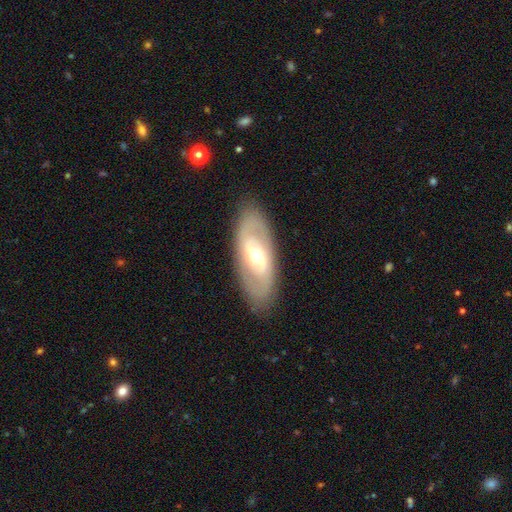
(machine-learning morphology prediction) smooth-or-featured: featured or disk: 67% | smooth: 28% | star or artifact: 6%
  disk-edge-on: no: 88% | yes: 12%
    bar: no: 51% | weak: 32% | strong: 17%
    has-spiral-arms: no: 55% | yes: 45%
    bulge-size: moderate: 64% | small: 28% | large: 6% | dominant: 1% | none: 1%
  merging: none: 85% | minor disturbance: 10% | major disturbance: 4% | merger: 1%